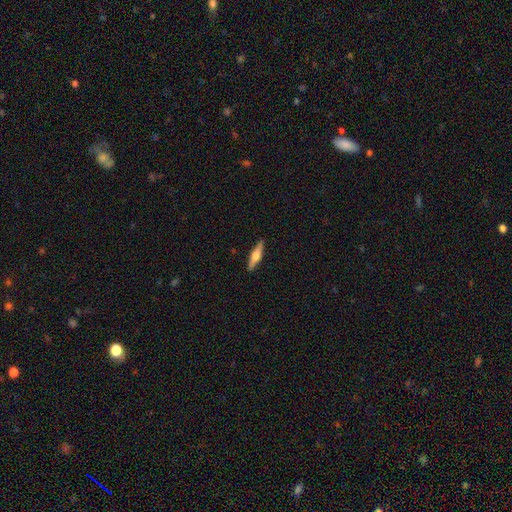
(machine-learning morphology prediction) Overall: featured or disk (58%; smooth 36%). Edge-on disk: yes (97%). Edge-on bulge: rounded (91%). Merging: none (91%).